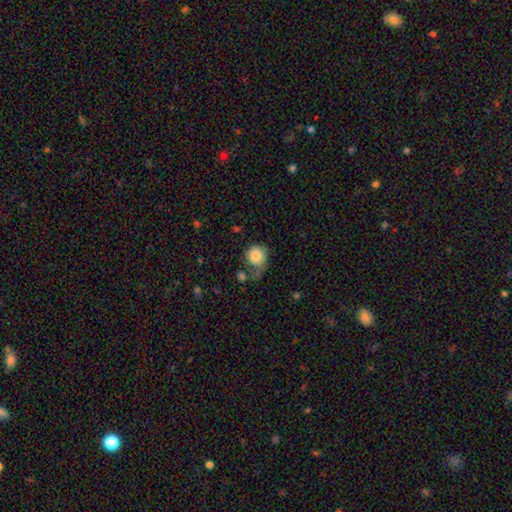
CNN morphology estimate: Smooth or featured? smooth (81%)
How rounded? round (85%)
Merging? none (39%)